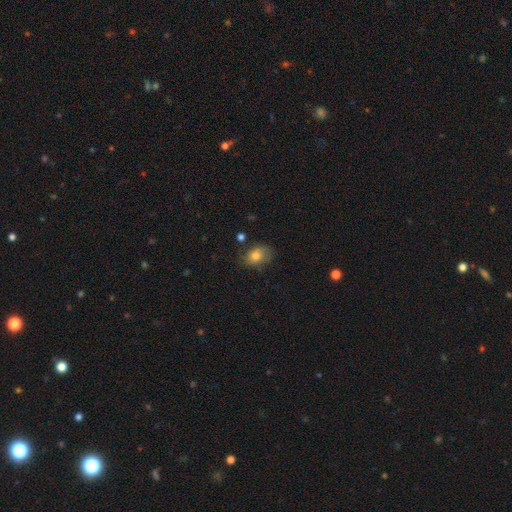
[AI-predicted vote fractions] smooth 72%, featured or disk 18%, star or artifact 10%. Down the decision tree: how rounded — in between (70%); merging — none (64%).